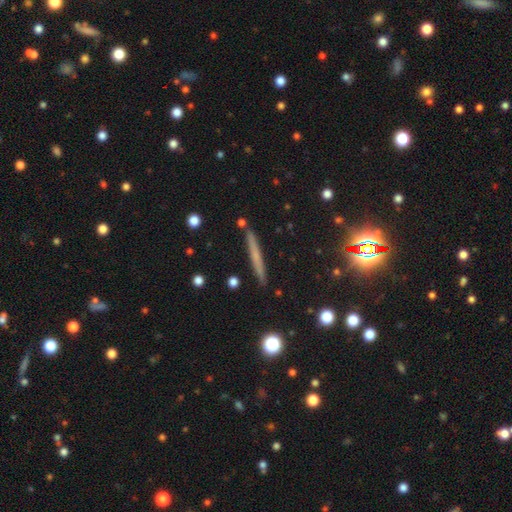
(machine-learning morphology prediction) Smooth or featured? smooth (49%)
Merging? none (89%)